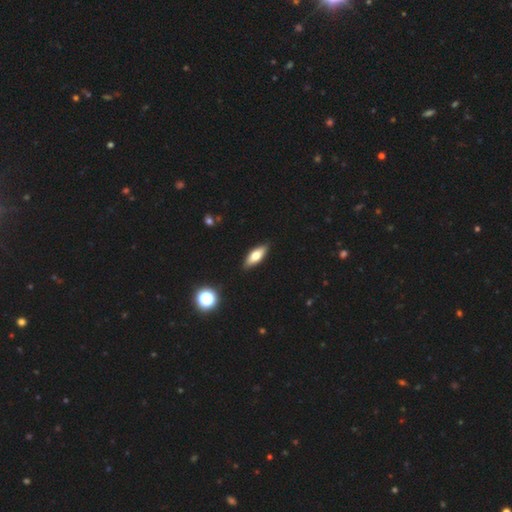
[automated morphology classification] type=smooth (66%); roundness=in between (65%); merging=none (88%).